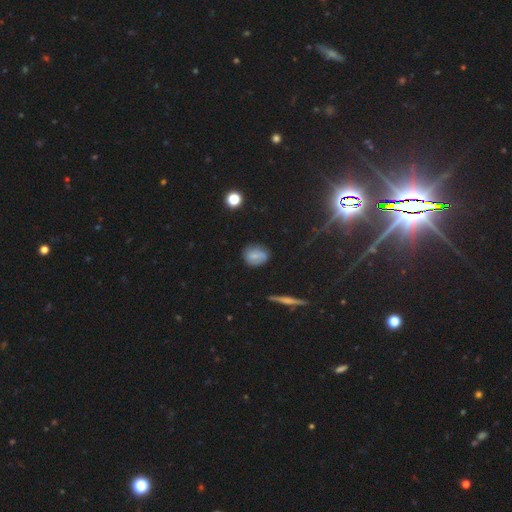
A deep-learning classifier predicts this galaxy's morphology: The model was most divided on "how rounded": round: 51%, in between: 46%, cigar-shaped: 3%. More confident: merging — none (77%); smooth or featured — smooth (68%).